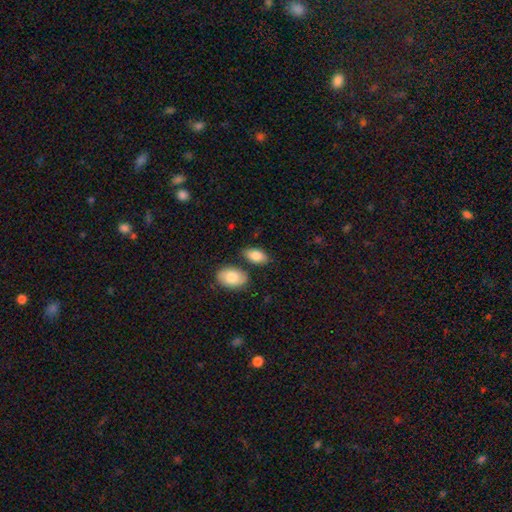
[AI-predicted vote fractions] Morphology: type=smooth (85%); roundness=in between (94%); merging=none (71%).